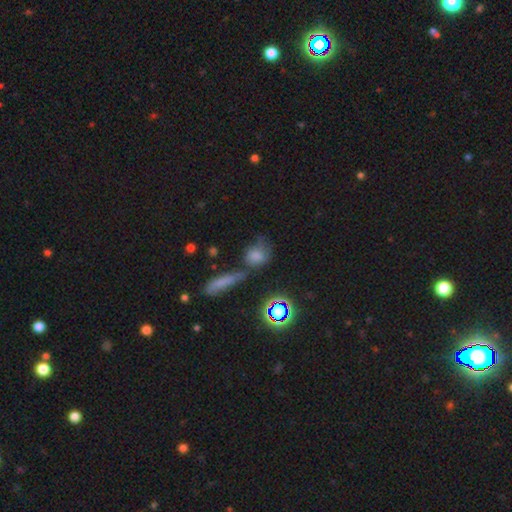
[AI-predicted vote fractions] This is likely a smooth galaxy (62%). How rounded: possibly round (55%). Merging: possibly none (50%).